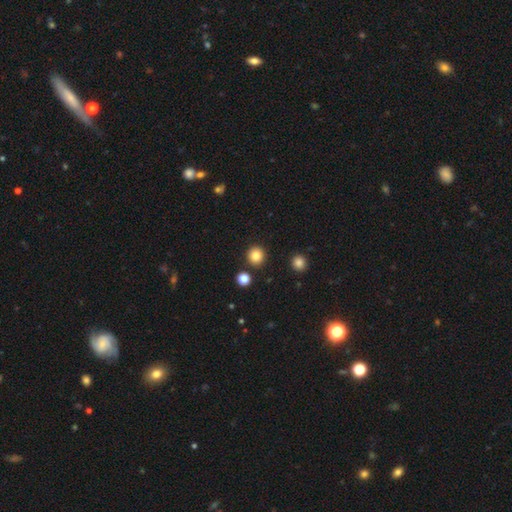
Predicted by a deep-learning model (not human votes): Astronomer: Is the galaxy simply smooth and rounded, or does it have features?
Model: smooth — 85%.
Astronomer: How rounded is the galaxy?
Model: round — 91%.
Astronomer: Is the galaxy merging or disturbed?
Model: none — 90%.